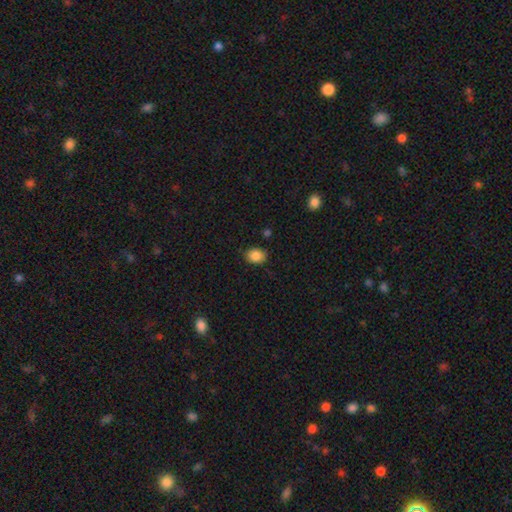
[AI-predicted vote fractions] The model was most divided on "how rounded": in between: 54%, round: 45%, cigar-shaped: 1%. More confident: smooth or featured — smooth (86%); merging — none (82%).